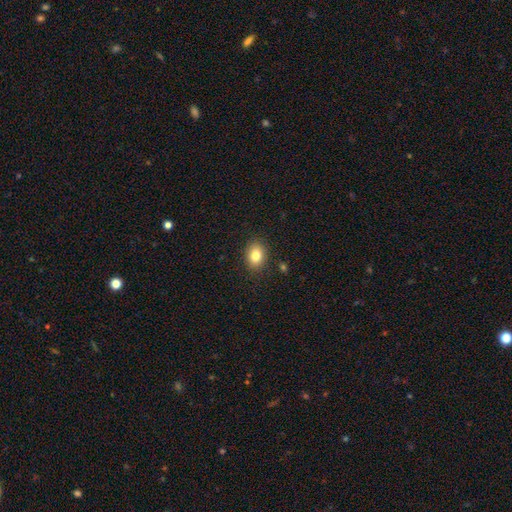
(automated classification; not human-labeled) smooth 83%, star or artifact 9%, featured or disk 8%. Down the decision tree: how rounded — in between (69%); merging — none (88%).